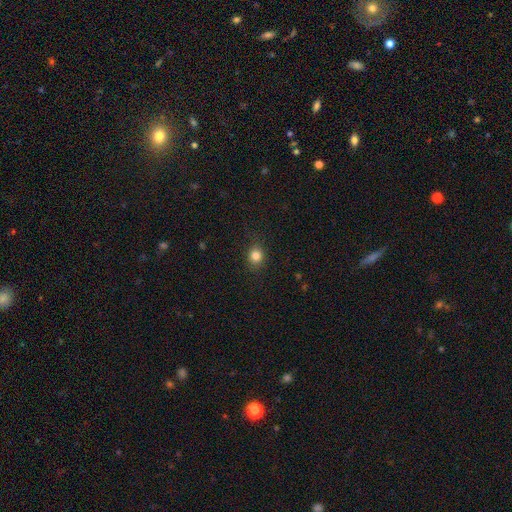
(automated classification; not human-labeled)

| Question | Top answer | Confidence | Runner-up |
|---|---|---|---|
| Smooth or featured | smooth | 83% | star or artifact (12%) |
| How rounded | round | 72% | in between (27%) |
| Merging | none | 86% | minor disturbance (10%) |